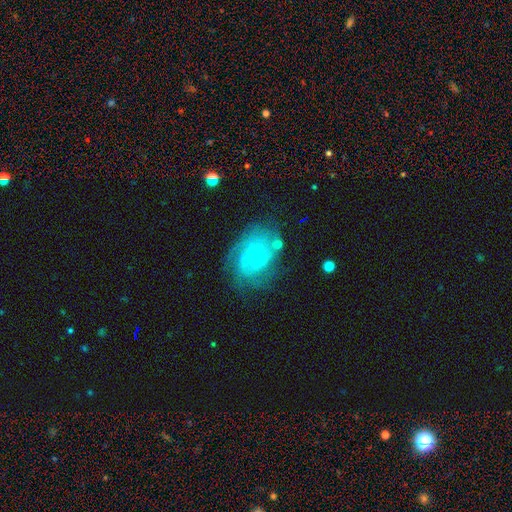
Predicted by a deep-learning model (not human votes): Smooth or featured? featured or disk (80%)
Edge-on disk? no (97%)
Bar? no (77%)
Spiral arms? yes (93%)
Spiral winding? tight (64%)
Spiral arm count? can't tell (32%)
Bulge size? small (86%)
Merging? none (67%)